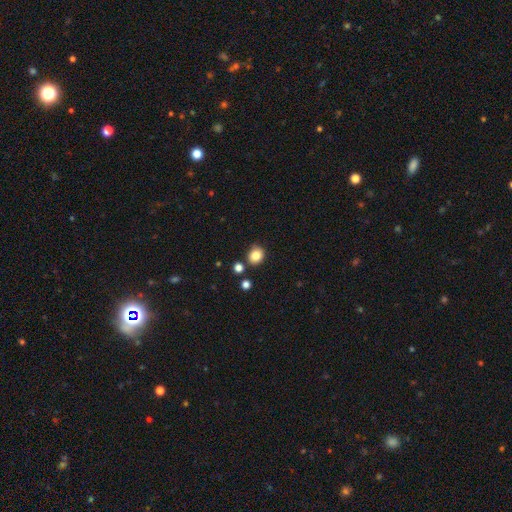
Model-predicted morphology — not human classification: Smooth or featured: smooth — 82% (star or artifact — 11%)
How rounded: round — 75% (in between — 24%)
Merging: none — 76% (minor disturbance — 14%)